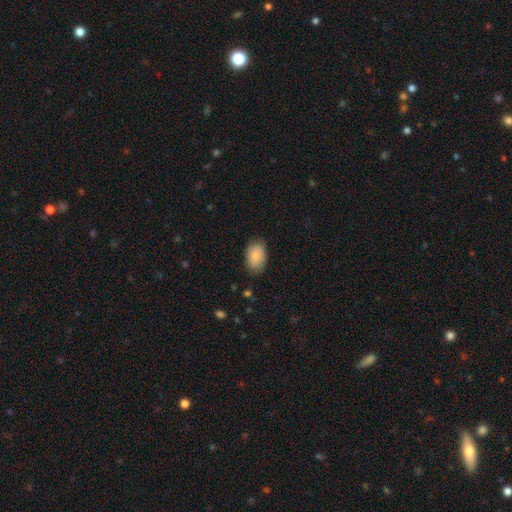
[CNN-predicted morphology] A smooth galaxy with no disk features (83%) that is in between round and cigar-shaped (88%). Merging: none (81%).